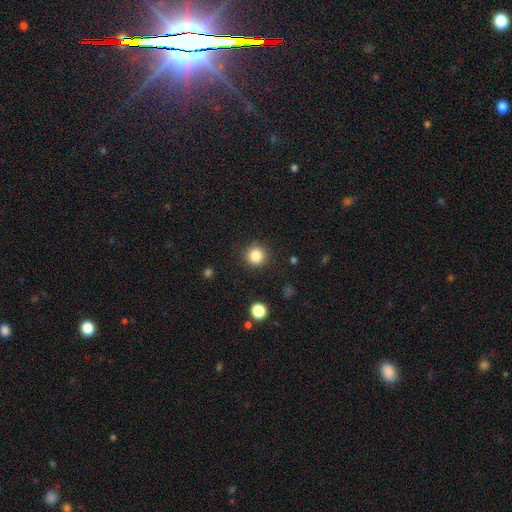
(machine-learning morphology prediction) Smooth or featured? Predicted: smooth (p=0.84). How rounded? Predicted: round (p=0.94). Merging? Predicted: none (p=0.90).